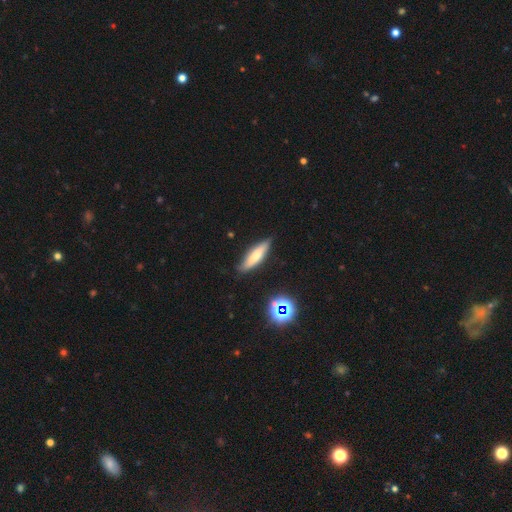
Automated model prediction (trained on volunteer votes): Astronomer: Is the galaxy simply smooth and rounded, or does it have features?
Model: smooth — 65%.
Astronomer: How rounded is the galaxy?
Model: cigar-shaped — 68%.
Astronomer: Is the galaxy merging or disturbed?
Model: none — 82%.